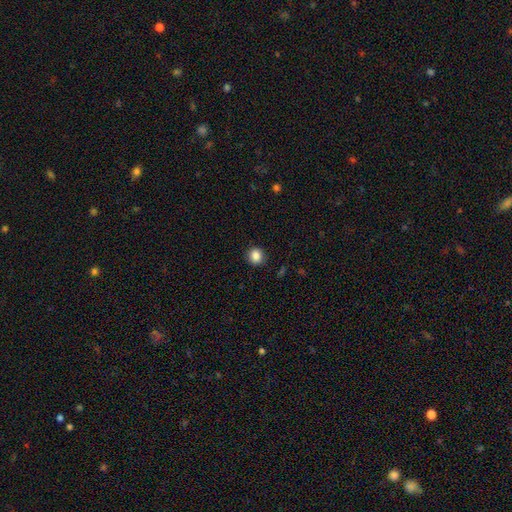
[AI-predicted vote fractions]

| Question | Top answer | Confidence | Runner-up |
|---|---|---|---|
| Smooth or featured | smooth | 86% | star or artifact (10%) |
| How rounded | round | 85% | in between (14%) |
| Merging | none | 90% | minor disturbance (7%) |